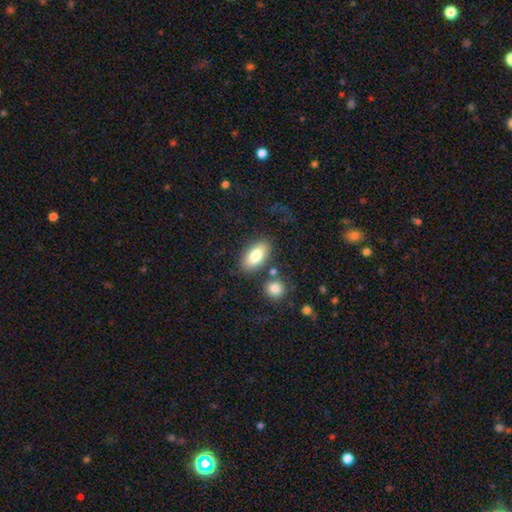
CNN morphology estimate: smooth 80%, featured or disk 13%, star or artifact 7%. Down the decision tree: how rounded — in between (90%); merging — none (78%).